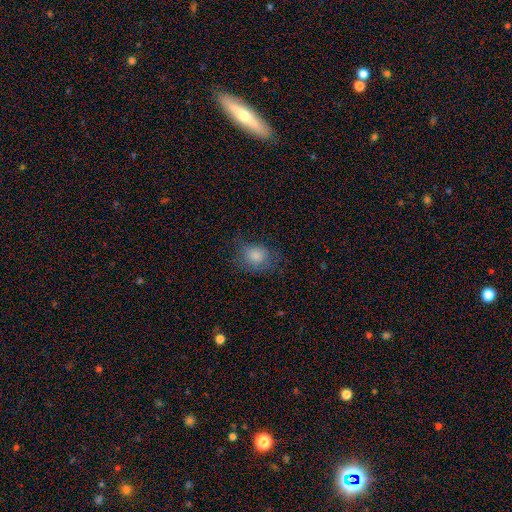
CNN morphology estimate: This is clearly a smooth galaxy (82%). How rounded: possibly round (52%). Merging: likely none (66%).